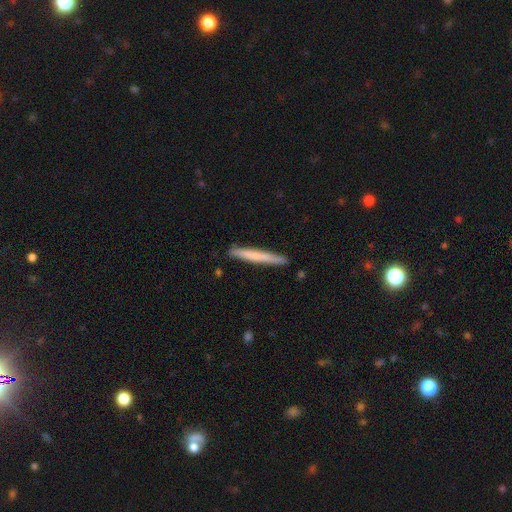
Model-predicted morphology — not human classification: Smooth or featured?
  - smooth: 64% *
  - featured or disk: 31%
  - star or artifact: 5%
How rounded?
  - cigar-shaped: 97% *
  - in between: 2%
  - round: 1%
Merging?
  - none: 89% *
  - minor disturbance: 8%
  - major disturbance: 1%
  - merger: 1%